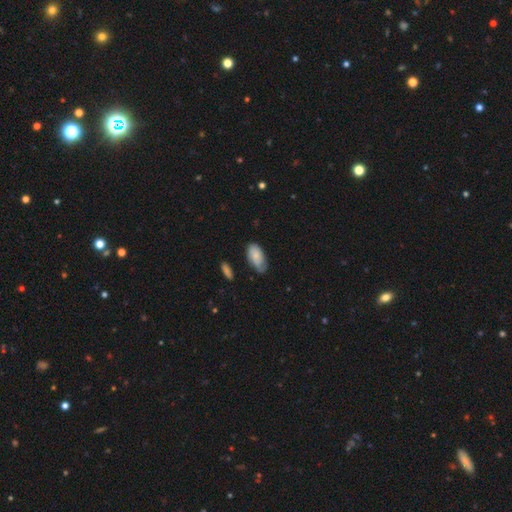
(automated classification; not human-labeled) smooth 75%, featured or disk 18%, star or artifact 7%. Down the decision tree: how rounded — in between (93%); merging — none (61%).